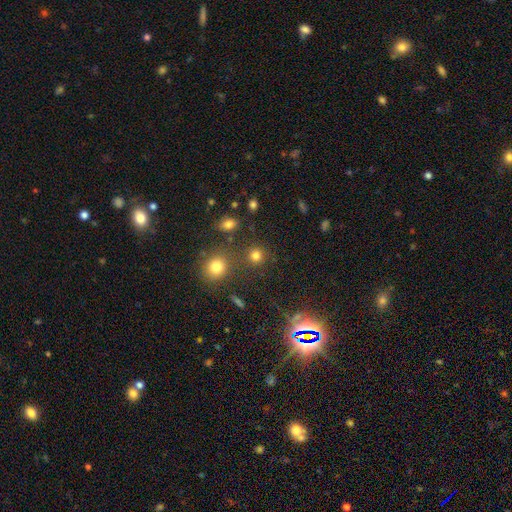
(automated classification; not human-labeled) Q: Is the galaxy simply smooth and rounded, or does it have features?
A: smooth — 76%.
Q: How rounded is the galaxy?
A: round — 90%.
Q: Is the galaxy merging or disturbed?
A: none — 79%.